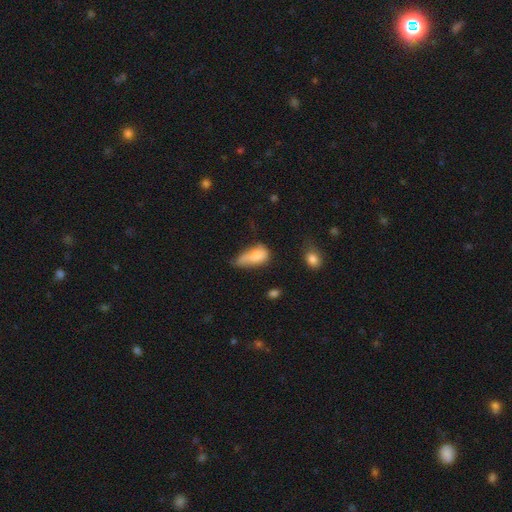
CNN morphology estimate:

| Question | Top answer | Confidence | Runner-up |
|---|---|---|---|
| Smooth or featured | smooth | 72% | featured or disk (20%) |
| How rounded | in between | 85% | cigar-shaped (8%) |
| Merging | minor disturbance | 37% | major disturbance (27%) |